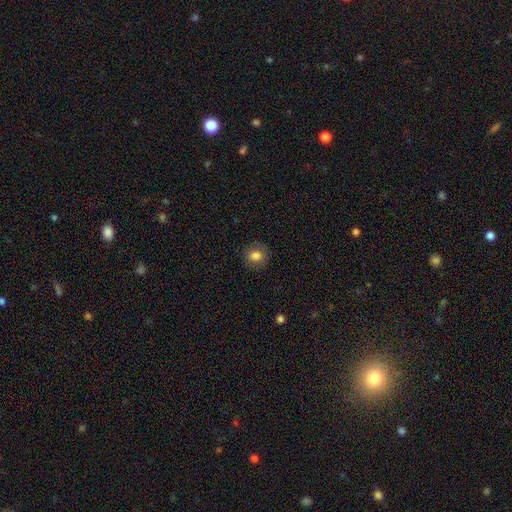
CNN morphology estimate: Q: Smooth or featured?
A: smooth (80%); runner-up: star or artifact (10%)
Q: How rounded?
A: round (76%); runner-up: in between (24%)
Q: Merging?
A: none (86%); runner-up: minor disturbance (10%)